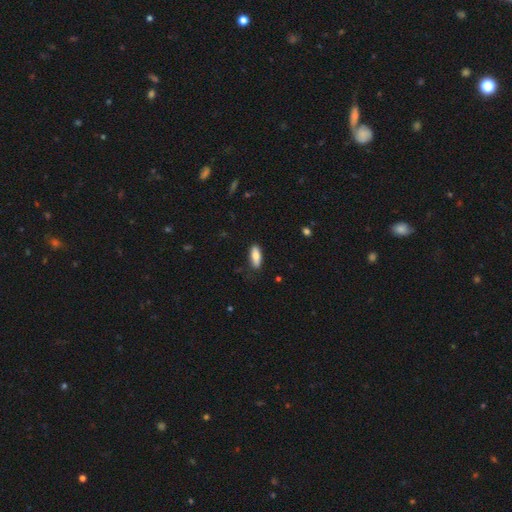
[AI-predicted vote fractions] Smooth or featured? Predicted: smooth (p=0.79). How rounded? Predicted: in between (p=0.66). Merging? Predicted: none (p=0.83).